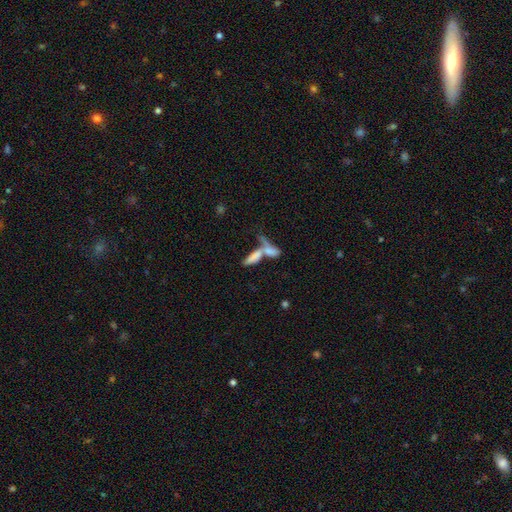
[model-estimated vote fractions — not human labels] The model was most divided on "how rounded": in between: 51%, cigar-shaped: 46%, round: 3%. More confident: smooth or featured — smooth (71%); merging — merger (66%).